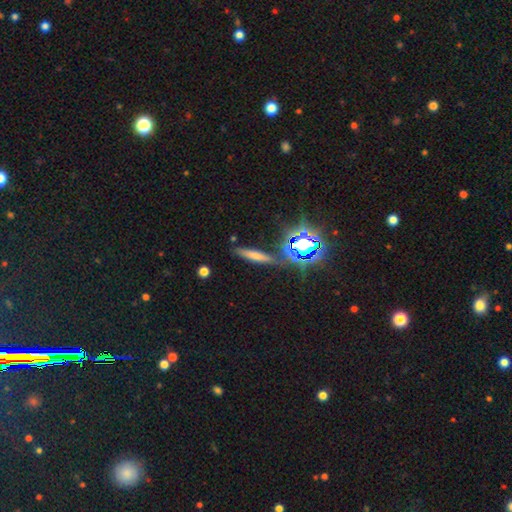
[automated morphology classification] This appears to be a smooth galaxy with no disk features (59%) that is cigar-shaped (81%). Merging: none (79%).